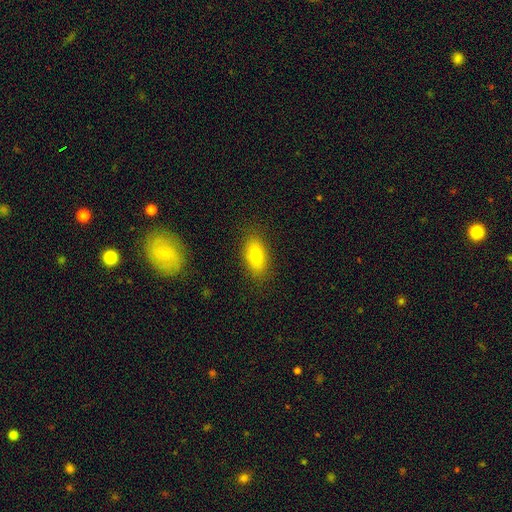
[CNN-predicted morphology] Q: Smooth or featured?
A: smooth (77%); runner-up: featured or disk (14%)
Q: How rounded?
A: in between (86%); runner-up: cigar-shaped (9%)
Q: Merging?
A: none (86%); runner-up: minor disturbance (10%)